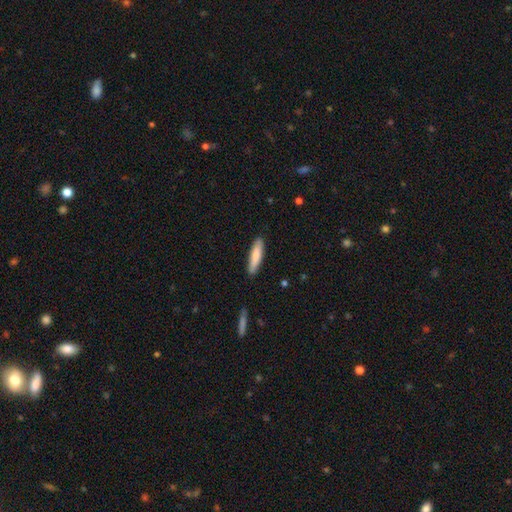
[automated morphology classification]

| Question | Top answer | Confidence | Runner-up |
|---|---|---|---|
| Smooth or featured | smooth | 82% | featured or disk (12%) |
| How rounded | cigar-shaped | 79% | in between (20%) |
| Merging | none | 88% | minor disturbance (9%) |